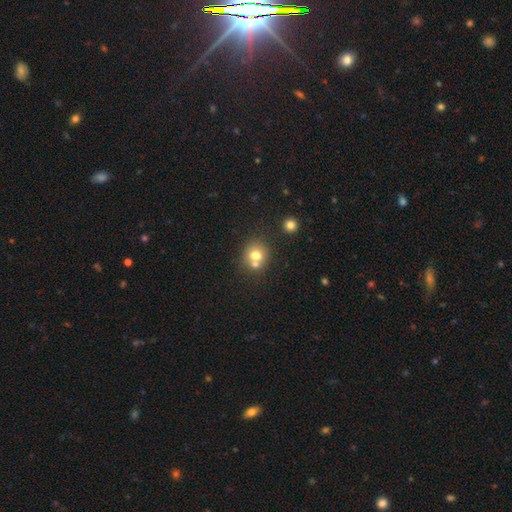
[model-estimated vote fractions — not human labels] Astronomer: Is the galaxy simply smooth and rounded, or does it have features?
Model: smooth — 72%.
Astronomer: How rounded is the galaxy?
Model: round — 81%.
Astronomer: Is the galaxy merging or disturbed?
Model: none — 52% (runner-up: merger, 36%).